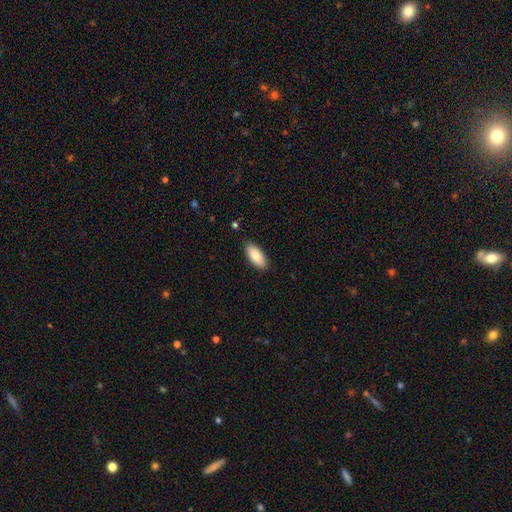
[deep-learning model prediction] Morphology: type=smooth (86%); roundness=in between (85%); merging=none (88%).